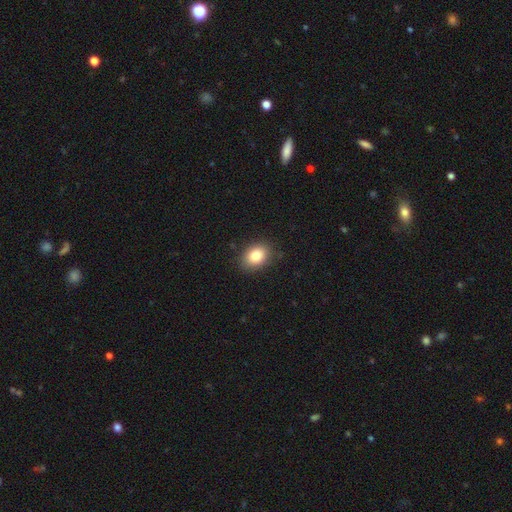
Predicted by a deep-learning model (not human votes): Smooth or featured? Predicted: smooth (p=0.82). How rounded? Predicted: in between (p=0.64). Merging? Predicted: none (p=0.87).